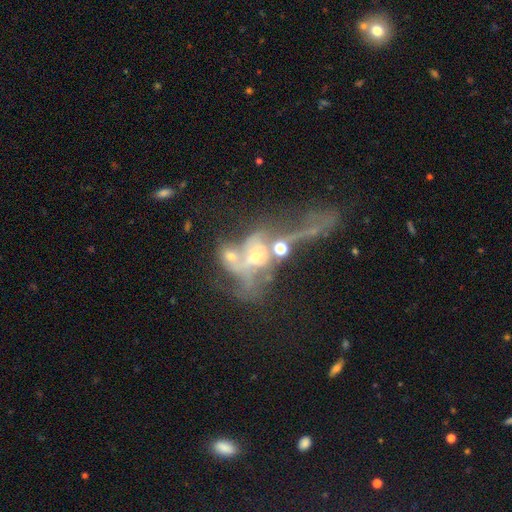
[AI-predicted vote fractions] Q: Smooth or featured?
A: featured or disk (63%); runner-up: smooth (20%)
Q: Edge-on disk?
A: no (91%); runner-up: yes (9%)
Q: Bar?
A: no (81%); runner-up: weak (14%)
Q: Spiral arms?
A: no (69%); runner-up: yes (31%)
Q: Bulge size?
A: moderate (48%); runner-up: small (36%)
Q: Merging?
A: merger (58%); runner-up: major disturbance (26%)